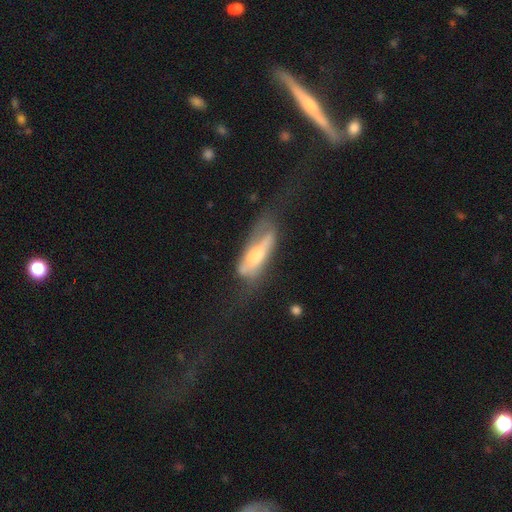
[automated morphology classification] Overall: smooth (50%; featured or disk 43%). Merging: major disturbance (39%; none 29%).